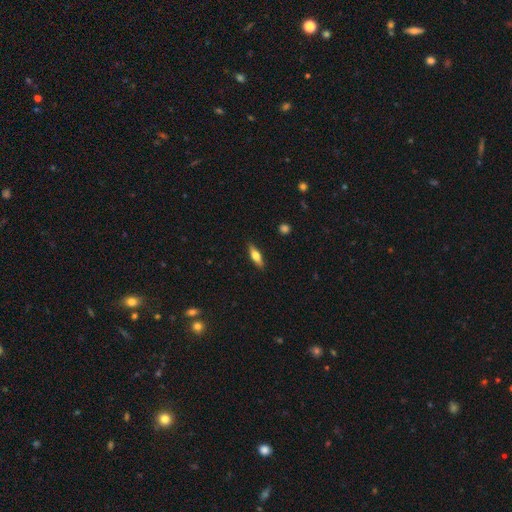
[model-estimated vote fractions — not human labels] A smooth galaxy with no disk features (51%) that is cigar-shaped (53%). Merging: none (89%).